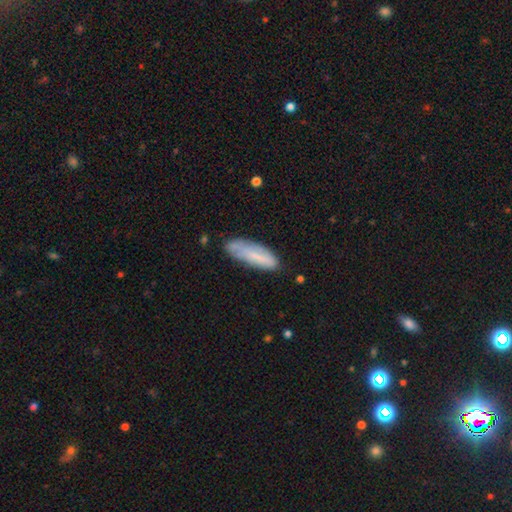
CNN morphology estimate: Smooth or featured: smooth — 67% (featured or disk — 26%)
How rounded: cigar-shaped — 54% (in between — 44%)
Merging: none — 66% (minor disturbance — 24%)